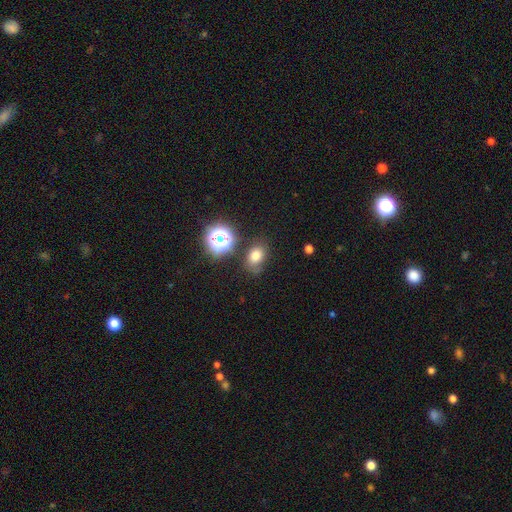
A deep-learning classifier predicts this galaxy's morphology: Smooth or featured?
  - smooth: 72% *
  - star or artifact: 16%
  - featured or disk: 11%
How rounded?
  - in between: 64% *
  - round: 35%
  - cigar-shaped: 1%
Merging?
  - none: 67% *
  - minor disturbance: 19%
  - major disturbance: 7%
  - merger: 6%